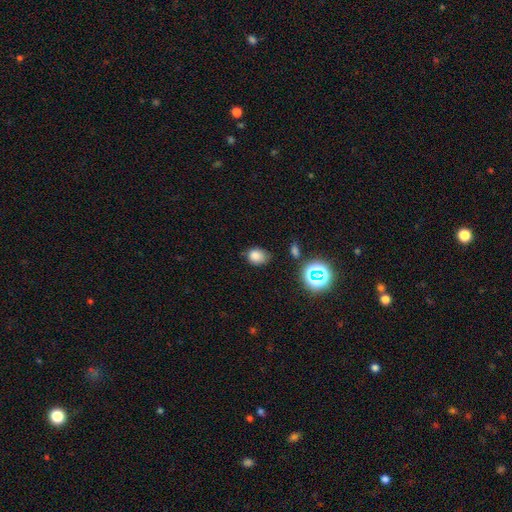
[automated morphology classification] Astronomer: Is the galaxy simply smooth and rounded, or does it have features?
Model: smooth — 77%.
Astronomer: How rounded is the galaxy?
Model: in between — 54% (runner-up: round, 45%).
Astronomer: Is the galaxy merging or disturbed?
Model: none — 65%.